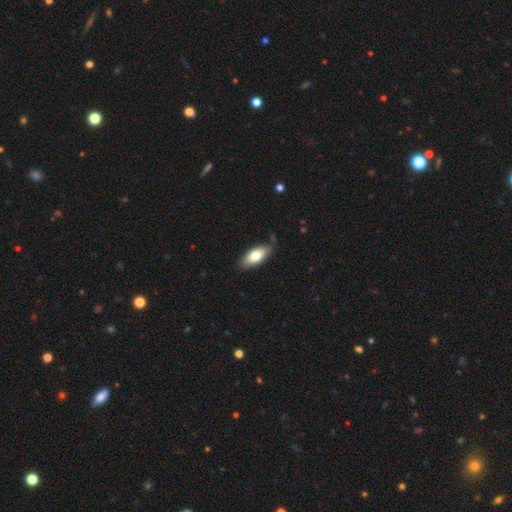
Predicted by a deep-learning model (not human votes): Q: Smooth or featured?
A: smooth (74%); runner-up: featured or disk (20%)
Q: How rounded?
A: in between (85%); runner-up: cigar-shaped (12%)
Q: Merging?
A: none (79%); runner-up: minor disturbance (16%)